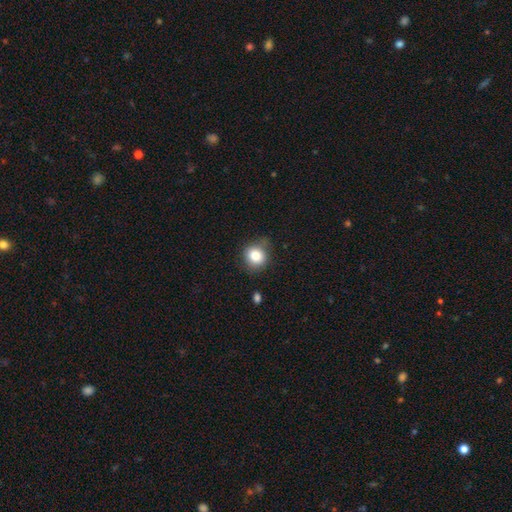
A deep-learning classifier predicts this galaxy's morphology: Smooth or featured: smooth — 81% (star or artifact — 11%)
How rounded: round — 81% (in between — 18%)
Merging: none — 72% (minor disturbance — 20%)